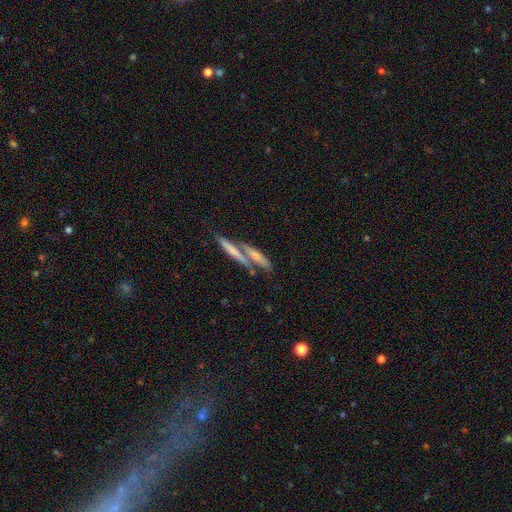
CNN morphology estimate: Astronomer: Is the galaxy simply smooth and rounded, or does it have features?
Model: smooth — 58% (runner-up: featured or disk, 34%).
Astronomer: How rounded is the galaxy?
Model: cigar-shaped — 84%.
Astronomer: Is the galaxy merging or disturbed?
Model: none — 47% (runner-up: merger, 40%).